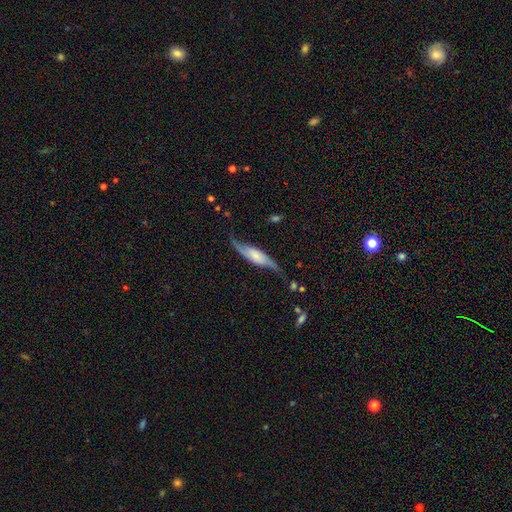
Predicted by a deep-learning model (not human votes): A featured or disk galaxy (71%).

Vote fractions:
- Smooth or featured? featured or disk: 71% / smooth: 23% / star or artifact: 6%
- Edge-on disk? no: 60% / yes: 40%
- Merging? none: 63% / minor disturbance: 25% / major disturbance: 9% / merger: 2%